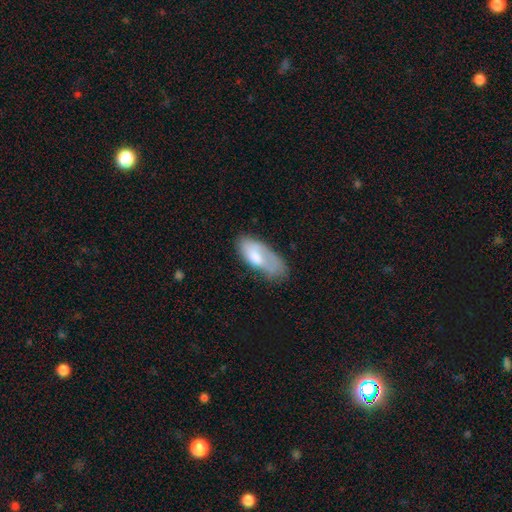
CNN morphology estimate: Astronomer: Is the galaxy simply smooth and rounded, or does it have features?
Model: smooth — 65%.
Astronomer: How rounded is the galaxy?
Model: in between — 83%.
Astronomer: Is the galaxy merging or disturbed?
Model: none — 39% (runner-up: minor disturbance, 35%).